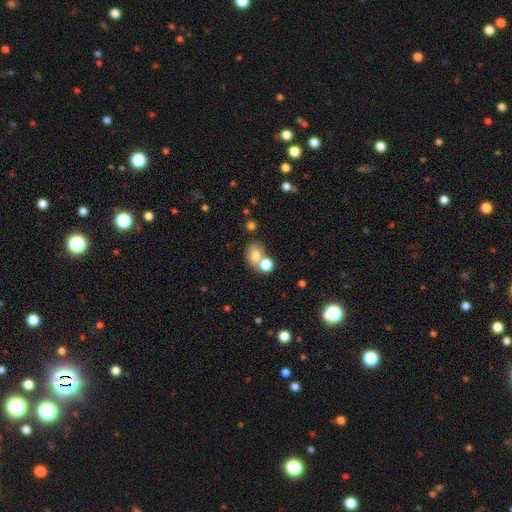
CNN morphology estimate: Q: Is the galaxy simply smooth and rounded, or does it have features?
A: smooth — 74%.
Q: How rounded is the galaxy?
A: in between — 50%.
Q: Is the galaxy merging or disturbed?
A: none — 46%.